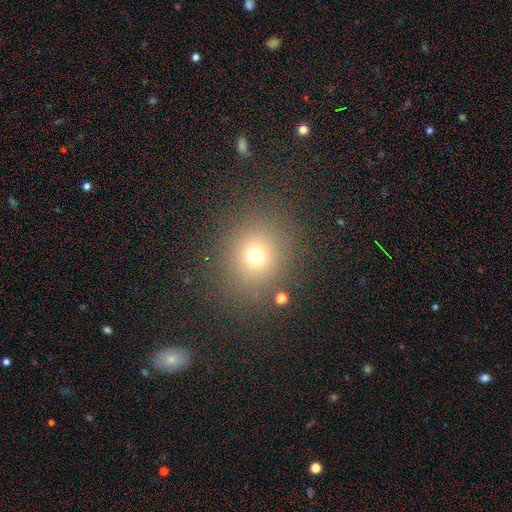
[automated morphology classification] A smooth galaxy with no disk features (69%) that is round (82%).

Vote fractions:
- Smooth or featured? smooth: 69% / star or artifact: 21% / featured or disk: 10%
- How rounded? round: 82% / in between: 17% / cigar-shaped: 1%
- Merging? none: 85% / minor disturbance: 8% / major disturbance: 5% / merger: 2%